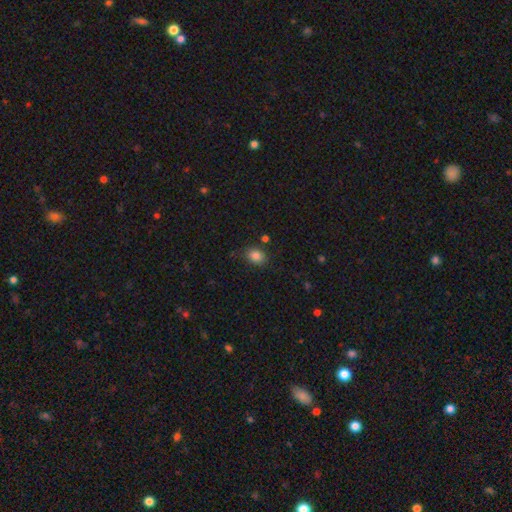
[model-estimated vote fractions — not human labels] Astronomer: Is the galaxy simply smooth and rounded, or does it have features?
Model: smooth — 84%.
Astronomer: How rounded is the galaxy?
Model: in between — 61% (runner-up: round, 37%).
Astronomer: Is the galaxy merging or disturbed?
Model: none — 81%.